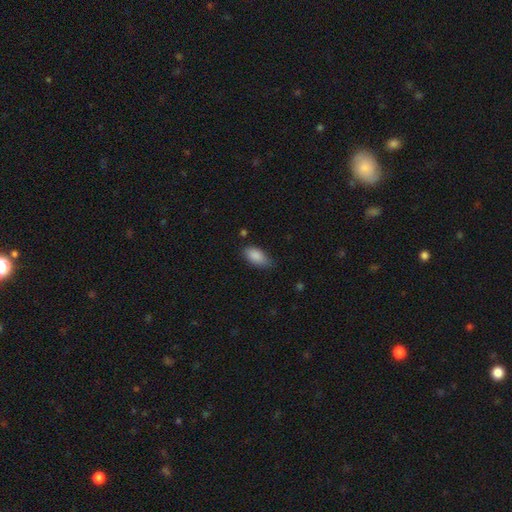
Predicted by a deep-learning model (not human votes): smooth 88%, star or artifact 7%, featured or disk 5%. Down the decision tree: how rounded — in between (92%); merging — none (70%).